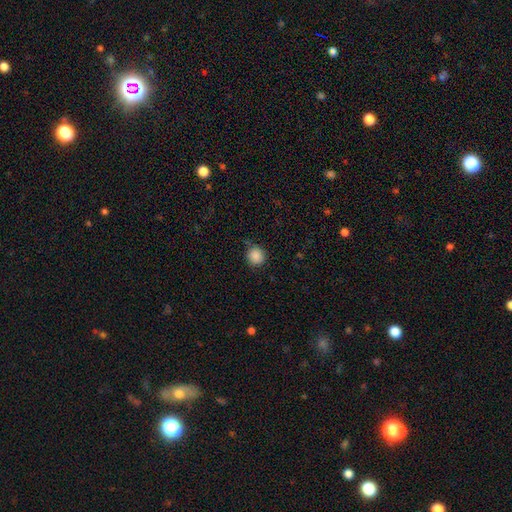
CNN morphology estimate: smooth_or_featured: smooth (p=0.88) [alt: star or artifact p=0.10]
how_rounded: round (p=0.92) [alt: in between p=0.07]
merging: none (p=0.79) [alt: minor disturbance p=0.15]